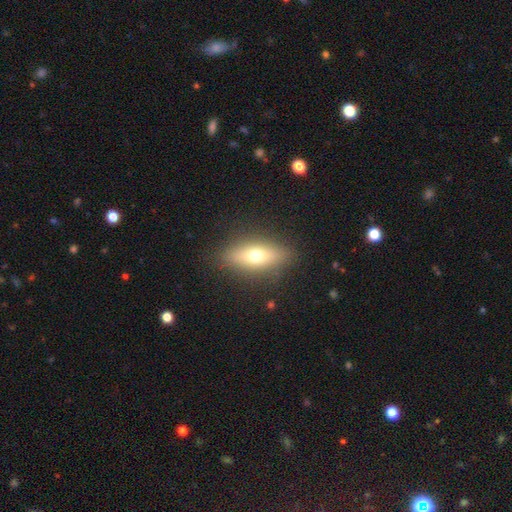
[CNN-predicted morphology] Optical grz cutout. It shows a smooth galaxy with no disk features (60%) that is in between round and cigar-shaped (60%). Merging: none (86%).